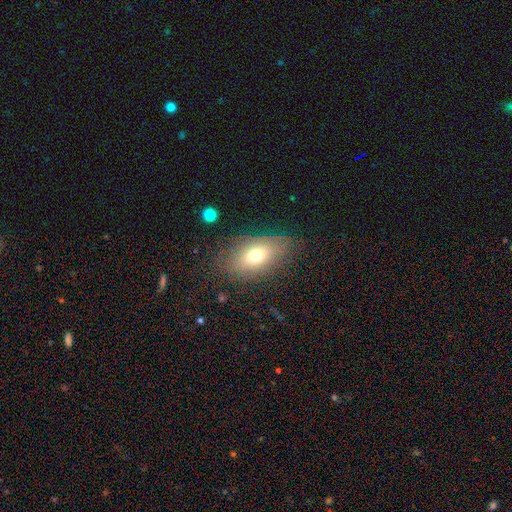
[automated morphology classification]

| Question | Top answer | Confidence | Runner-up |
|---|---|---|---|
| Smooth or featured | smooth | 70% | featured or disk (20%) |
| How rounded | in between | 87% | round (10%) |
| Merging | none | 75% | minor disturbance (16%) |